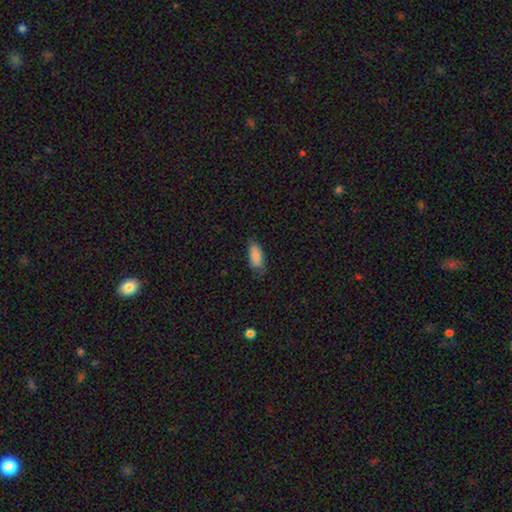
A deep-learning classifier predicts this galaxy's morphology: Smooth or featured: smooth — 87% (star or artifact — 7%)
How rounded: in between — 80% (cigar-shaped — 18%)
Merging: none — 70% (minor disturbance — 24%)